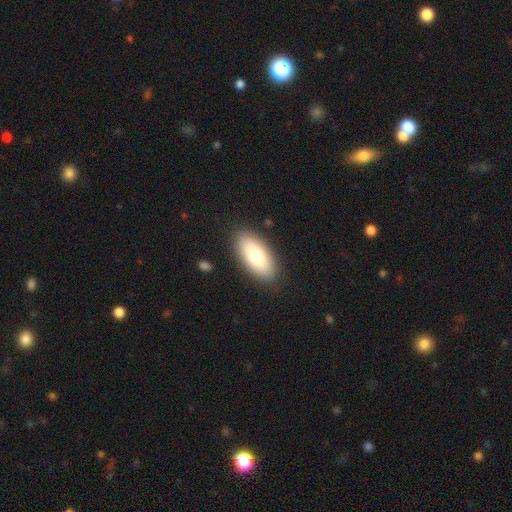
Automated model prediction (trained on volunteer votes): Overall: smooth (79%). How rounded: in between (90%). Merging: none (87%).